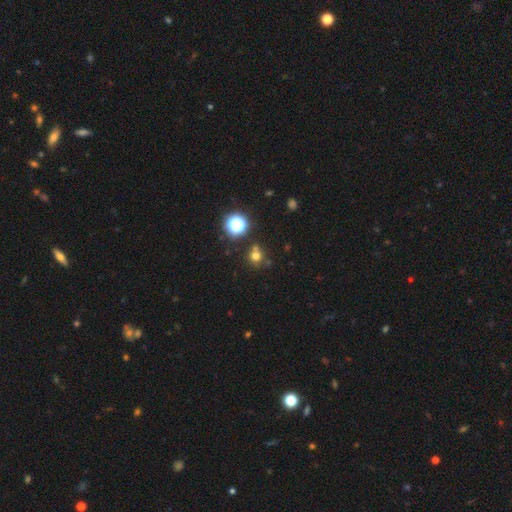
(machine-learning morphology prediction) A smooth galaxy with no disk features (67%) that is round (88%). Merging: none (68%).